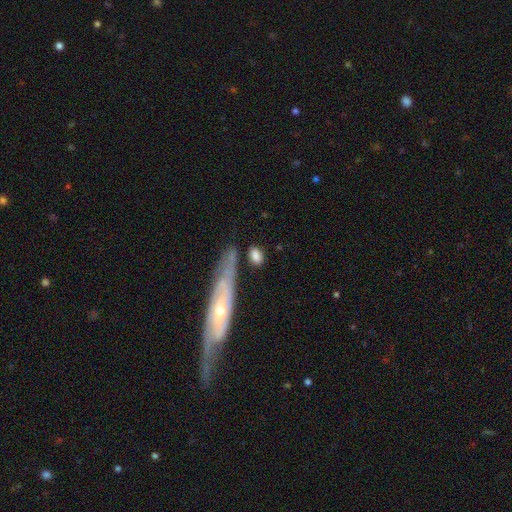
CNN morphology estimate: The model was most divided on "merging": none: 67%, minor disturbance: 17%, merger: 9%, major disturbance: 7%. More confident: smooth or featured — smooth (79%); how rounded — in between (77%).